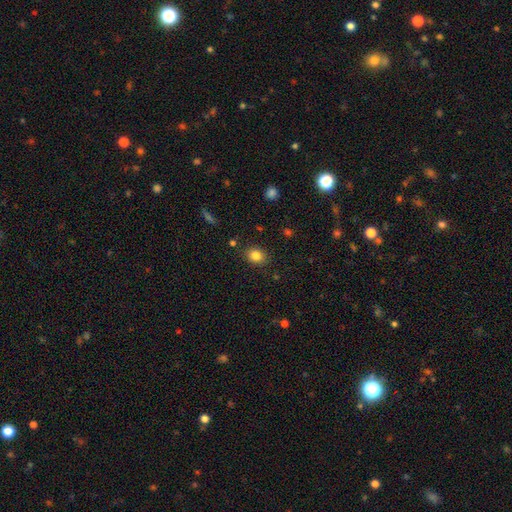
Smooth or featured?
  - smooth: 87% *
  - star or artifact: 10%
  - featured or disk: 3%
How rounded?
  - round: 65% *
  - in between: 35%
  - cigar-shaped: 0%
Merging?
  - none: 89% *
  - minor disturbance: 6%
  - major disturbance: 6%
  - merger: 0%